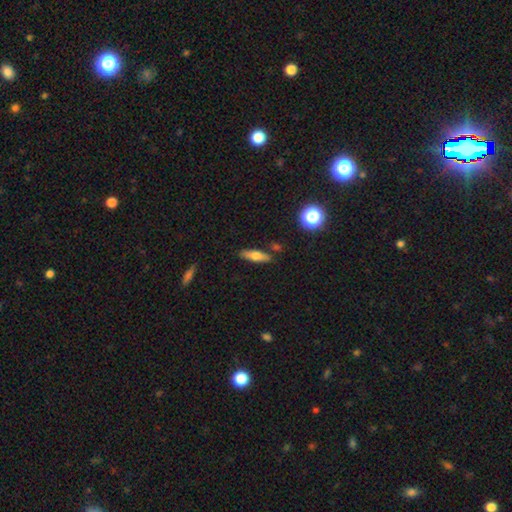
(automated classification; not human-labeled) This is possibly a smooth galaxy (58%). How rounded: possibly cigar-shaped (57%). Merging: clearly none (83%).